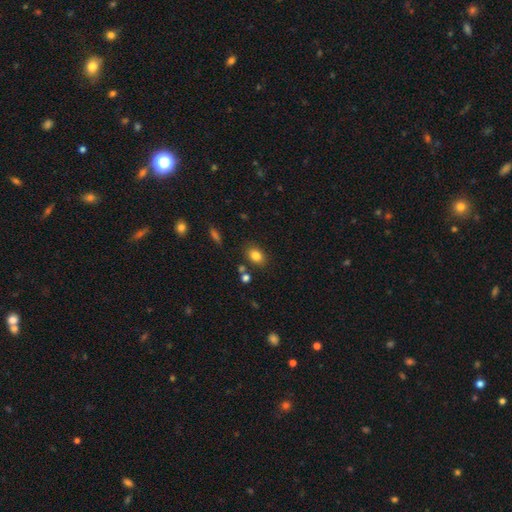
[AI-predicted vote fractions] Smooth or featured? Predicted: smooth (p=0.82). How rounded? Predicted: in between (p=0.72). Merging? Predicted: none (p=0.79).